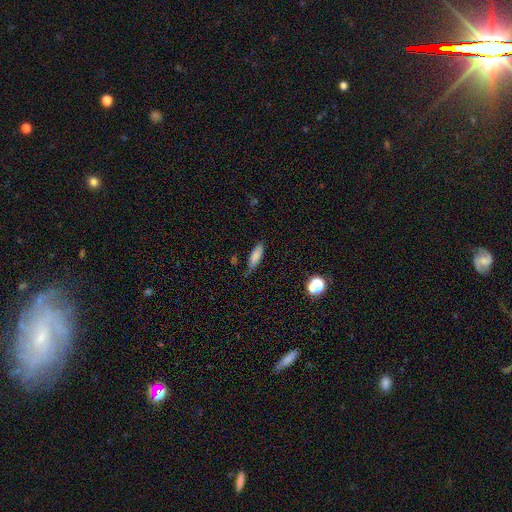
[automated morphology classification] smooth 79%, featured or disk 12%, star or artifact 9%. Down the decision tree: how rounded — in between (54%); merging — none (52%).